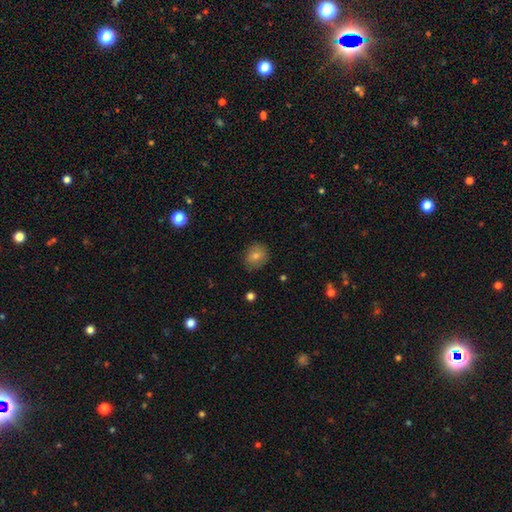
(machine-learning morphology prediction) The model was most divided on "how rounded": round: 70%, in between: 29%, cigar-shaped: 1%. More confident: merging — none (83%); smooth or featured — smooth (76%).